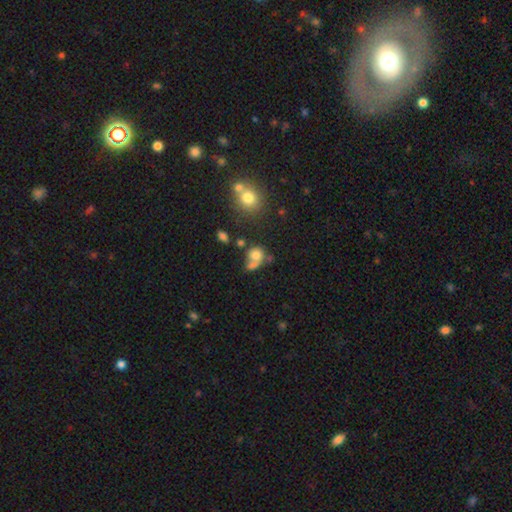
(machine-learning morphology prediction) type=smooth (72%); roundness=round (71%); merging=merger (42%).